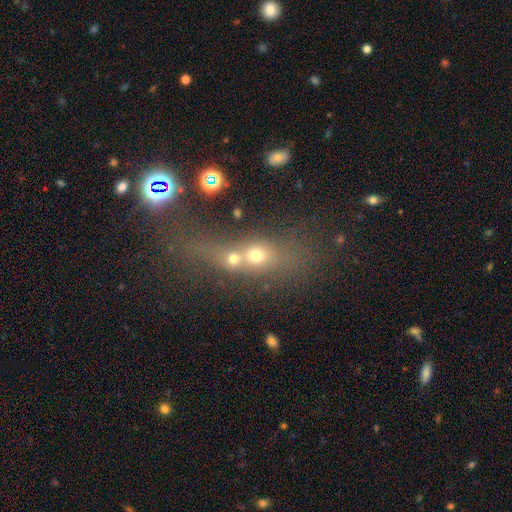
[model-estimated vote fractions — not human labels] This appears to be a smooth galaxy with no disk features (47%). Merging: merger (60%).